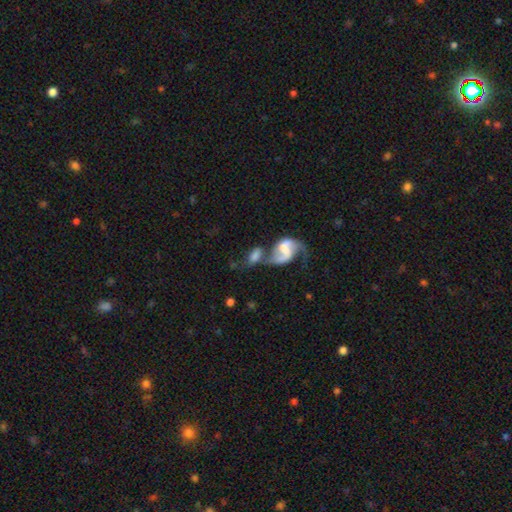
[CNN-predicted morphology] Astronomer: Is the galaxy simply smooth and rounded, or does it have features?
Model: featured or disk — 60%.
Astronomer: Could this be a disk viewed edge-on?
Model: no — 94%.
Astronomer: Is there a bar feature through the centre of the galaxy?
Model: weak — 42% (runner-up: no, 38%).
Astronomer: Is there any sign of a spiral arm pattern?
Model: yes — 83%.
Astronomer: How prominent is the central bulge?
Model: small — 34% (runner-up: none, 27%).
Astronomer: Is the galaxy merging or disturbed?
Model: merger — 54%.